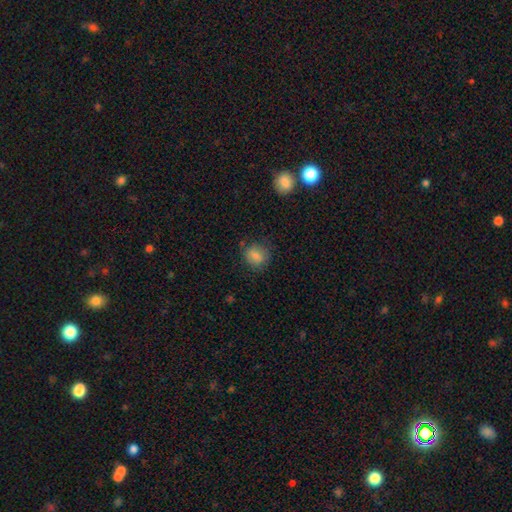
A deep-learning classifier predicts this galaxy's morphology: A smooth galaxy with no disk features (80%) that is round (77%).

Vote fractions:
- Smooth or featured? smooth: 80% / featured or disk: 10% / star or artifact: 10%
- How rounded? round: 77% / in between: 22% / cigar-shaped: 1%
- Merging? none: 76% / minor disturbance: 17% / major disturbance: 5% / merger: 2%